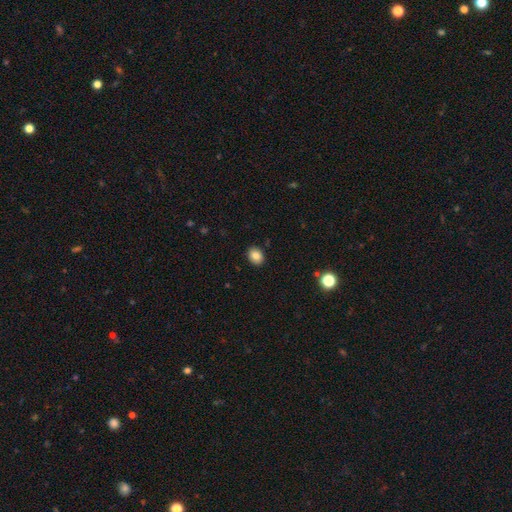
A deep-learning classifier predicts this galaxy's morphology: Smooth or featured? Predicted: smooth (p=0.84). How rounded? Predicted: in between (p=0.57). Merging? Predicted: none (p=0.90).